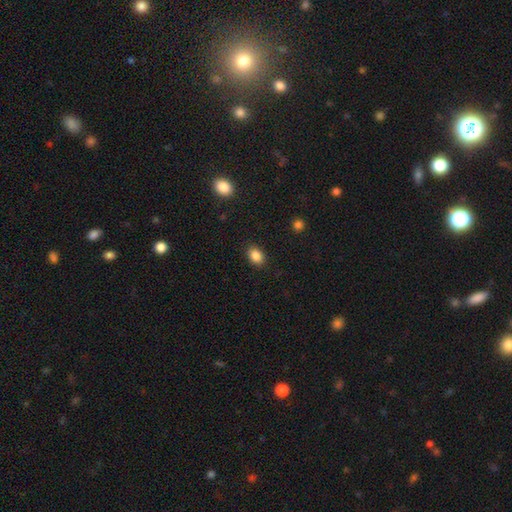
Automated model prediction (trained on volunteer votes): Q: Smooth or featured?
A: smooth (86%); runner-up: star or artifact (10%)
Q: How rounded?
A: in between (74%); runner-up: round (25%)
Q: Merging?
A: none (87%); runner-up: minor disturbance (9%)